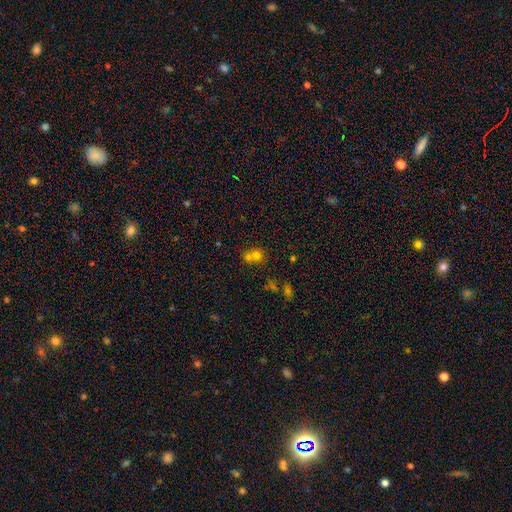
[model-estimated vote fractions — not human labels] A smooth galaxy with no disk features (70%) that is round (76%). Merging: merger (56%).